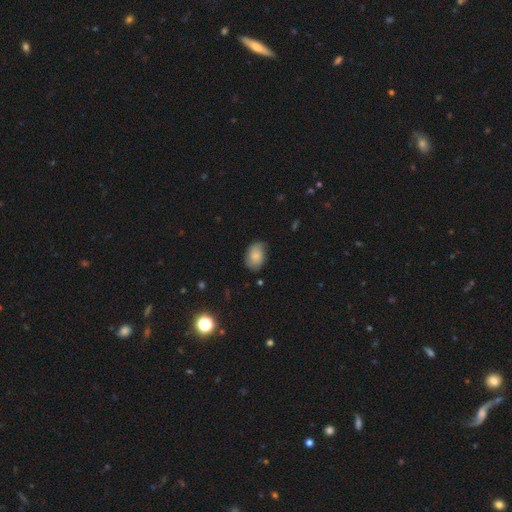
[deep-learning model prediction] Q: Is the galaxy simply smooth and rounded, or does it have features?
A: smooth — 78%.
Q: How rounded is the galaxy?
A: in between — 78%.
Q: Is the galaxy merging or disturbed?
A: none — 65%.